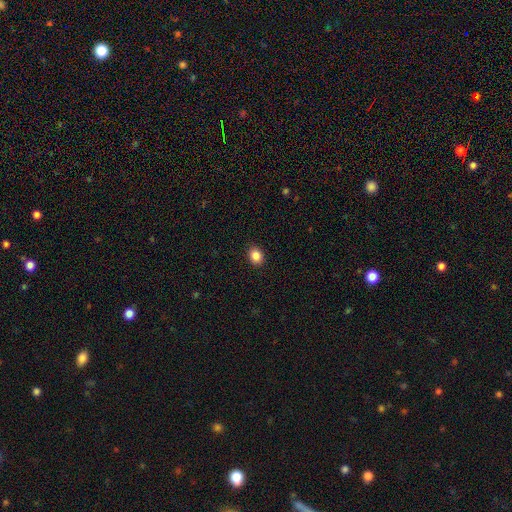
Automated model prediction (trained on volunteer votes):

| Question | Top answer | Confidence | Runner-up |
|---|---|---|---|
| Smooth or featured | smooth | 87% | star or artifact (9%) |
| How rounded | round | 54% | in between (45%) |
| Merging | none | 90% | minor disturbance (7%) |